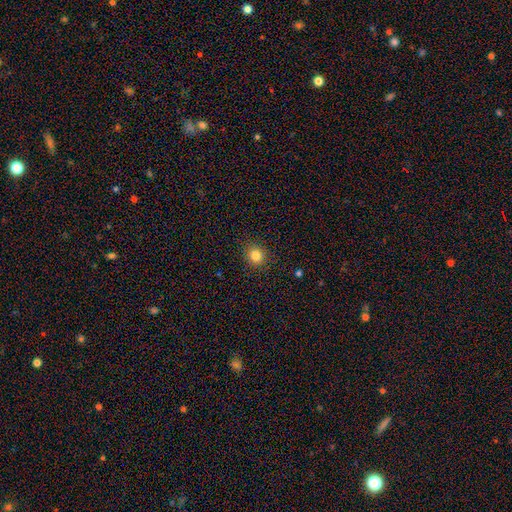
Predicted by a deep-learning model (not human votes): This is clearly a smooth galaxy (83%). How rounded: clearly round (87%). Merging: clearly none (90%).